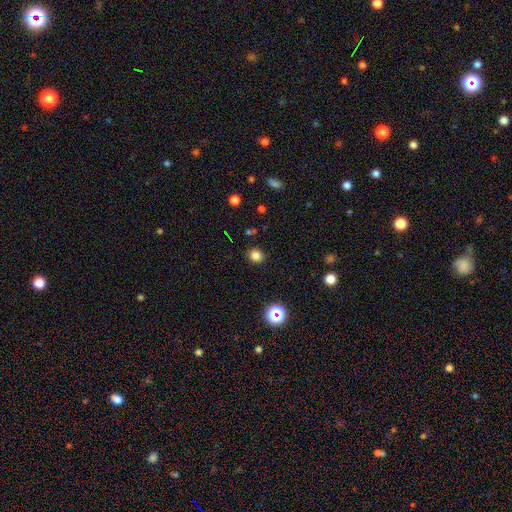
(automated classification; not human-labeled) smooth 81%, star or artifact 14%, featured or disk 5%. Down the decision tree: how rounded — round (84%); merging — none (90%).